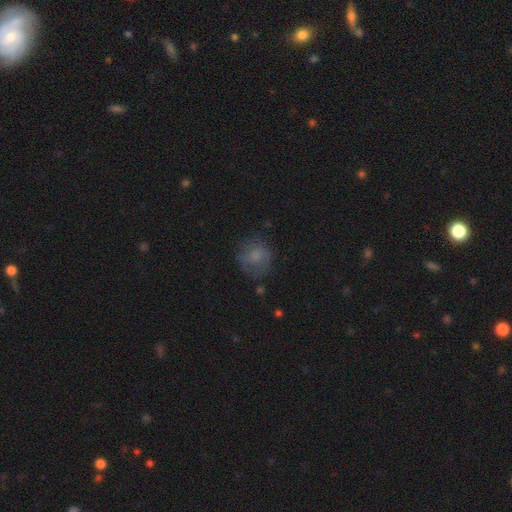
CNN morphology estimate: Smooth or featured: smooth — 62% (featured or disk — 26%)
How rounded: round — 79% (in between — 20%)
Merging: none — 62% (minor disturbance — 23%)